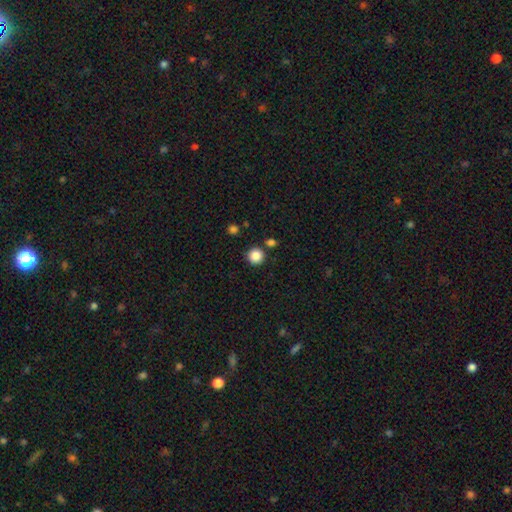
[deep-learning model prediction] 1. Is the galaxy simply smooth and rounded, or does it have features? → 87% smooth, 10% star or artifact, 3% featured or disk.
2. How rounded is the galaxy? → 95% round, 4% in between, 1% cigar-shaped.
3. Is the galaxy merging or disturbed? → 87% none, 6% minor disturbance, 5% merger, 2% major disturbance.